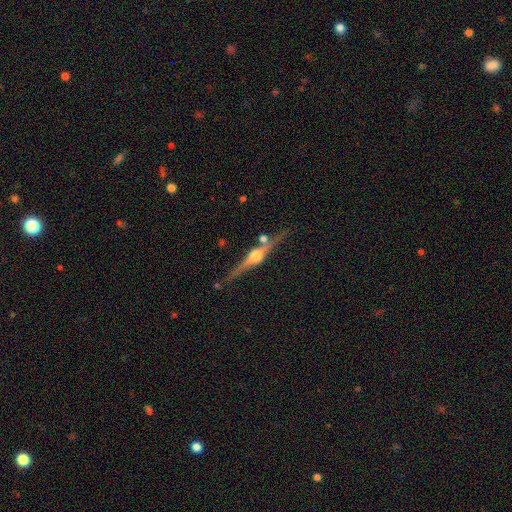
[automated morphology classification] smooth-or-featured: featured or disk: 86% | smooth: 9% | star or artifact: 6%
  disk-edge-on: yes: 98% | no: 2%
    edge-on-bulge: rounded: 93% | boxy: 5% | none: 2%
  merging: none: 81% | minor disturbance: 11% | merger: 6% | major disturbance: 2%